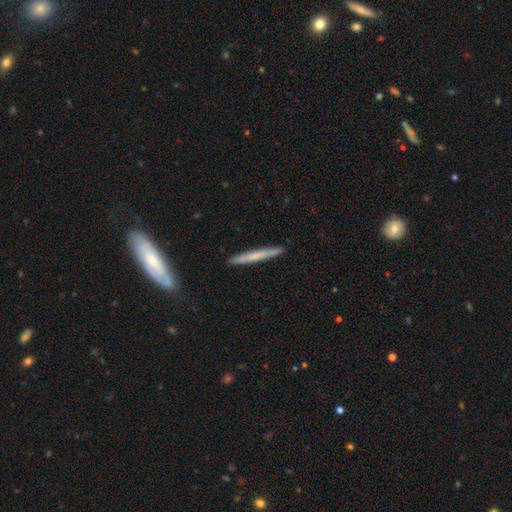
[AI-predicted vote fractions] Smooth or featured? smooth (57%)
How rounded? cigar-shaped (96%)
Merging? none (90%)